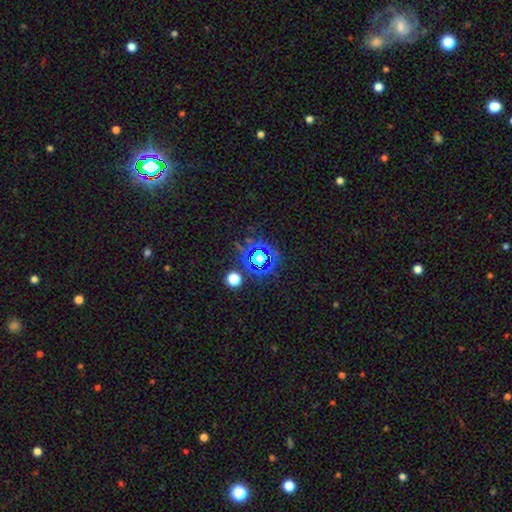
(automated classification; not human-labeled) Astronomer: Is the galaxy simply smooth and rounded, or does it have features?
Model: star or artifact — 75%.